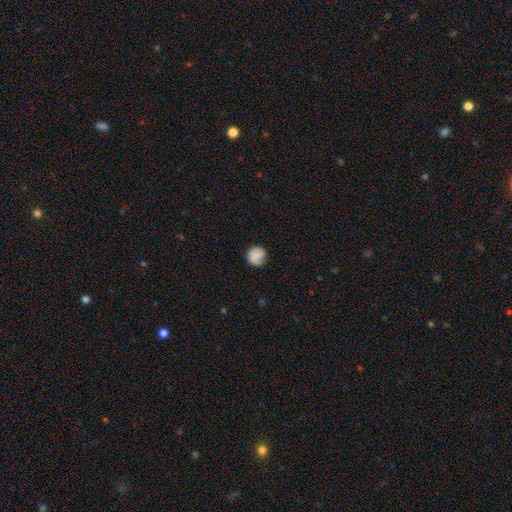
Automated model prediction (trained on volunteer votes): The model was most divided on "smooth or featured": smooth: 69%, featured or disk: 23%, star or artifact: 8%. More confident: how rounded — round (88%); merging — none (72%).